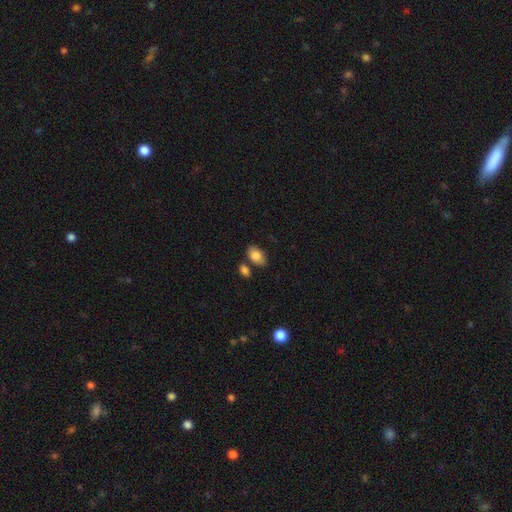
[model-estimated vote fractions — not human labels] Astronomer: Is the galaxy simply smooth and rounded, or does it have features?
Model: smooth — 85%.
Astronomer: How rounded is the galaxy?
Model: in between — 91%.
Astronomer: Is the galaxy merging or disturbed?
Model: none — 70%.